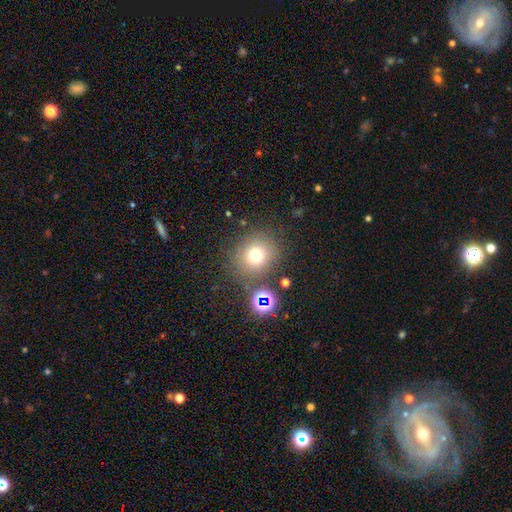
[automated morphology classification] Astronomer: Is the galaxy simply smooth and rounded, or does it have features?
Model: smooth — 72%.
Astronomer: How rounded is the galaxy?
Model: round — 85%.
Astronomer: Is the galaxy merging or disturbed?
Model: none — 78%.